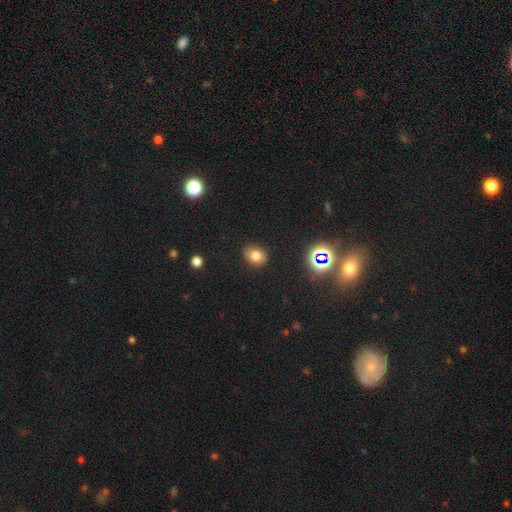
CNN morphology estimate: This appears to be a smooth galaxy with no disk features (74%) that is round (56%). Merging: none (85%).